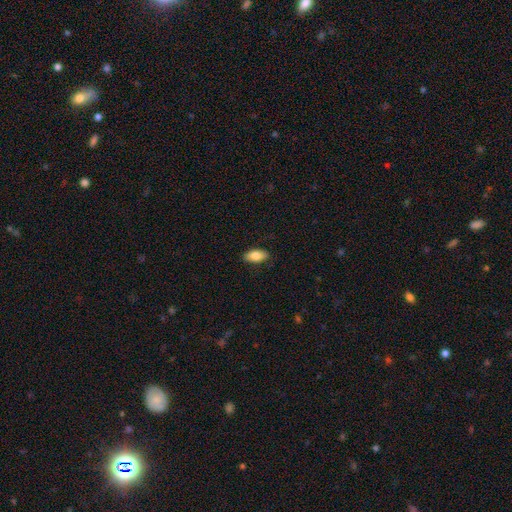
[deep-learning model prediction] smooth 82%, featured or disk 11%, star or artifact 6%. Down the decision tree: how rounded — in between (89%); merging — none (86%).